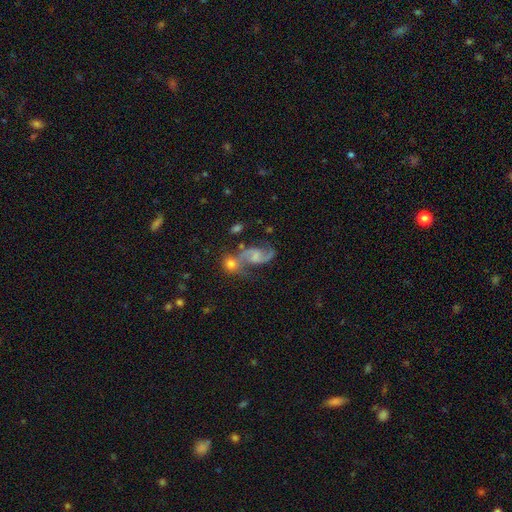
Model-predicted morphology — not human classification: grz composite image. It shows a featured or disk galaxy (82%) with a weak bar (45%), 2 (92%) loose (61%) spiral arms (95%) and a small central bulge (36%). Merging: none (43%).